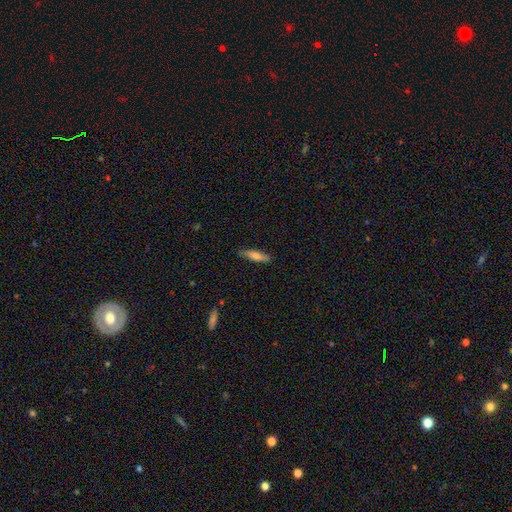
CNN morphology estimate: Smooth or featured? smooth (68%)
How rounded? cigar-shaped (77%)
Merging? none (85%)